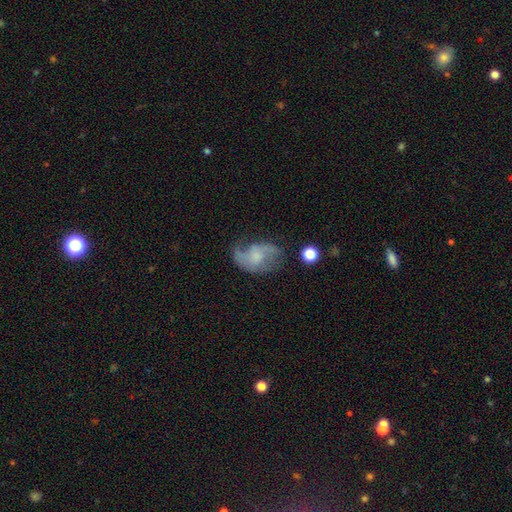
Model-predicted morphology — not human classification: smooth_or_featured: featured or disk (p=0.66) [alt: smooth p=0.26]
disk_edge_on: no (p=0.97) [alt: yes p=0.03]
bar: no (p=0.67) [alt: weak p=0.29]
has_spiral_arms: yes (p=0.84) [alt: no p=0.16]
spiral_winding: loose (p=0.52) [alt: medium p=0.36]
spiral_arm_count: 2 (p=0.76) [alt: can't tell p=0.10]
bulge_size: small (p=0.42) [alt: moderate p=0.26]
merging: none (p=0.45) [alt: minor disturbance p=0.28]